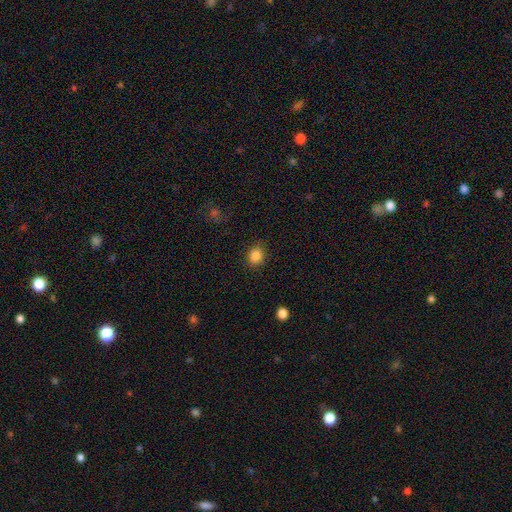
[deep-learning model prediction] Smooth or featured? smooth (86%)
How rounded? round (62%)
Merging? none (87%)